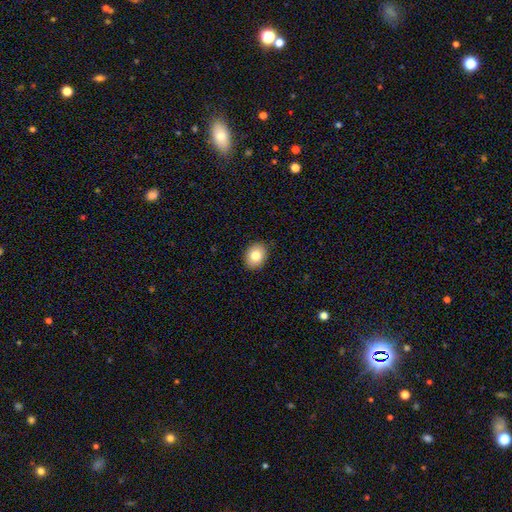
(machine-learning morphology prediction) Q: Smooth or featured?
A: smooth (81%); runner-up: featured or disk (10%)
Q: How rounded?
A: in between (51%); runner-up: round (48%)
Q: Merging?
A: none (89%); runner-up: minor disturbance (9%)